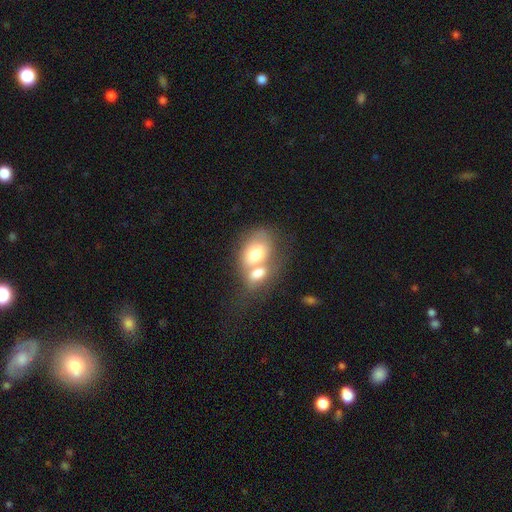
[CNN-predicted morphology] Q: Smooth or featured?
A: smooth (66%); runner-up: featured or disk (26%)
Q: How rounded?
A: in between (77%); runner-up: round (21%)
Q: Merging?
A: merger (70%); runner-up: none (16%)